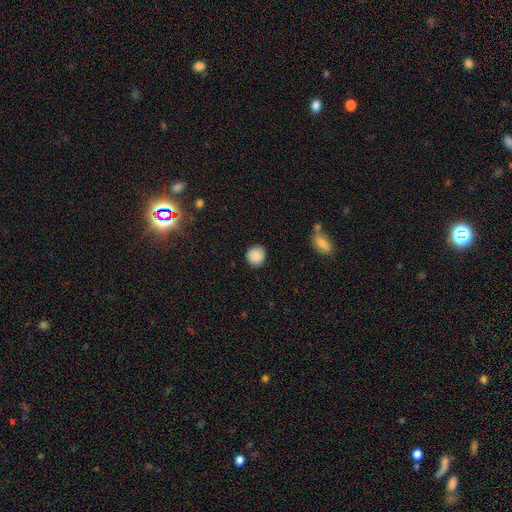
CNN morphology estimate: A smooth galaxy with no disk features (87%) that is round (89%).

Vote fractions:
- Smooth or featured? smooth: 87% / star or artifact: 8% / featured or disk: 5%
- How rounded? round: 89% / in between: 10% / cigar-shaped: 1%
- Merging? none: 85% / minor disturbance: 11% / major disturbance: 2% / merger: 1%